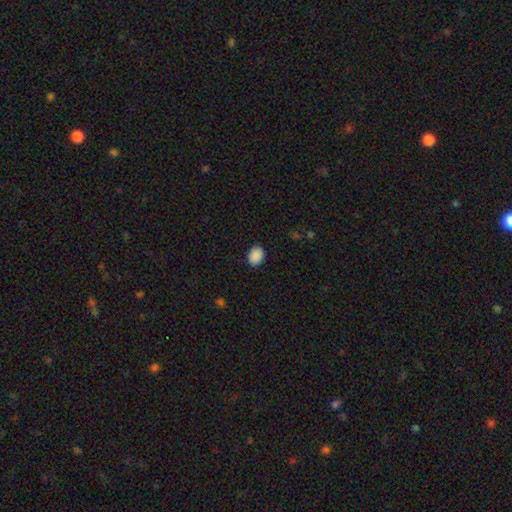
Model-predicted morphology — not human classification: A smooth galaxy with no disk features (90%) that is in between round and cigar-shaped (69%).

Vote fractions:
- Smooth or featured? smooth: 90% / star or artifact: 8% / featured or disk: 2%
- How rounded? in between: 69% / round: 30% / cigar-shaped: 1%
- Merging? none: 88% / minor disturbance: 9% / major disturbance: 2% / merger: 1%